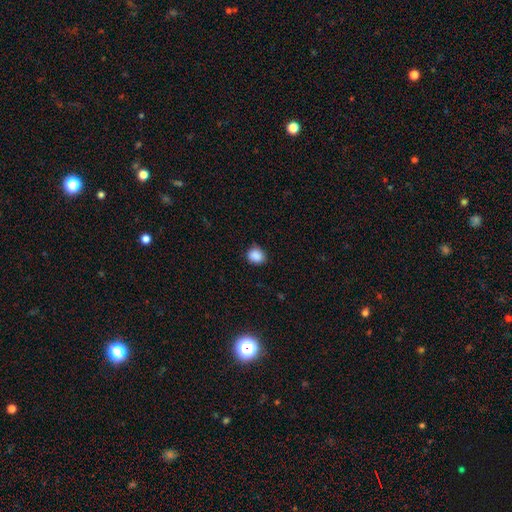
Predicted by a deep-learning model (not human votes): A smooth galaxy with no disk features (88%) that is round (66%). Merging: none (78%).